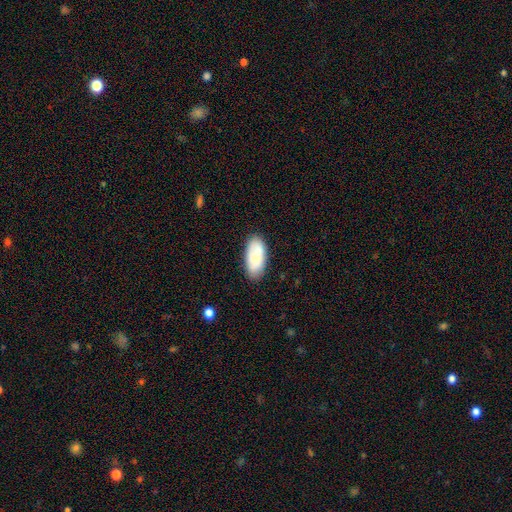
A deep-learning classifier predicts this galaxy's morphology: Q: Smooth or featured?
A: smooth (79%); runner-up: featured or disk (15%)
Q: How rounded?
A: in between (92%); runner-up: cigar-shaped (6%)
Q: Merging?
A: none (78%); runner-up: minor disturbance (16%)